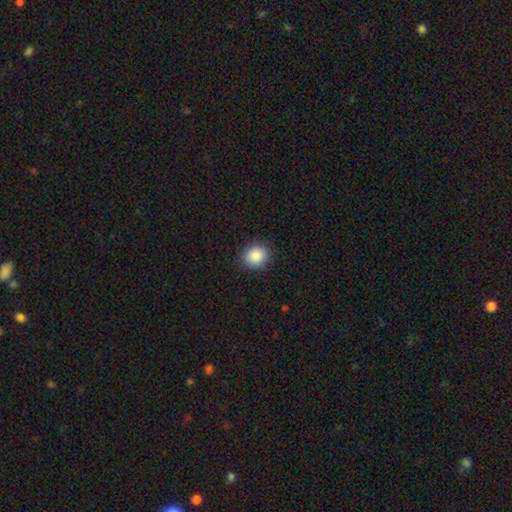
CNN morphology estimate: The model was most divided on "how rounded": round: 76%, in between: 24%, cigar-shaped: 1%. More confident: merging — none (89%); smooth or featured — smooth (88%).